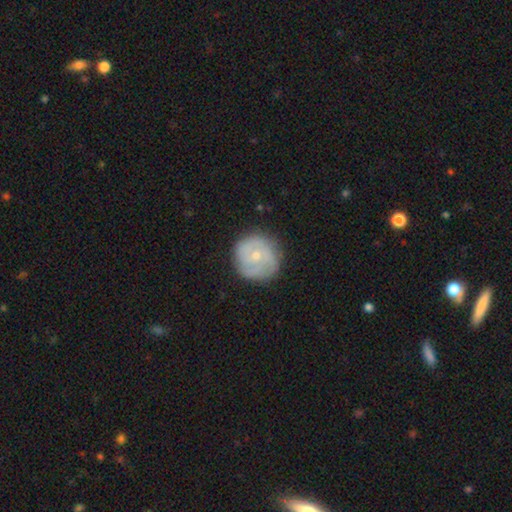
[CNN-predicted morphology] Smooth or featured? featured or disk (53%)
Edge-on disk? no (97%)
Bar? no (75%)
Spiral arms? yes (74%)
Bulge size? small (68%)
Merging? none (78%)